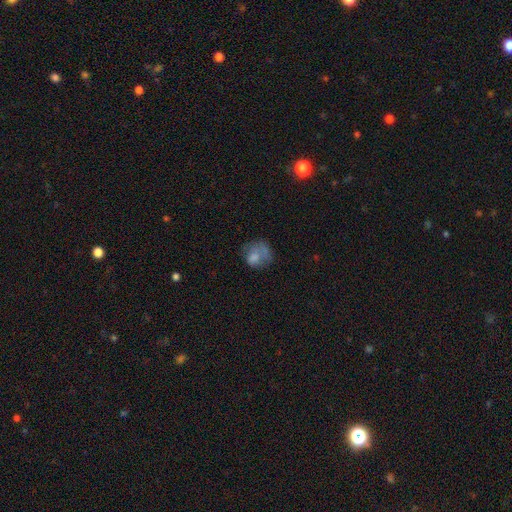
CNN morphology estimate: This appears to be a smooth galaxy with no disk features (65%) that is round (61%). Merging: none (37%).